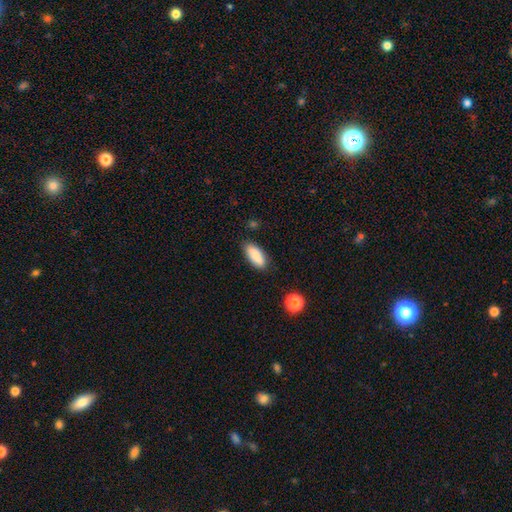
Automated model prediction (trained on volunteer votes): Smooth or featured? smooth (88%)
How rounded? in between (78%)
Merging? none (83%)